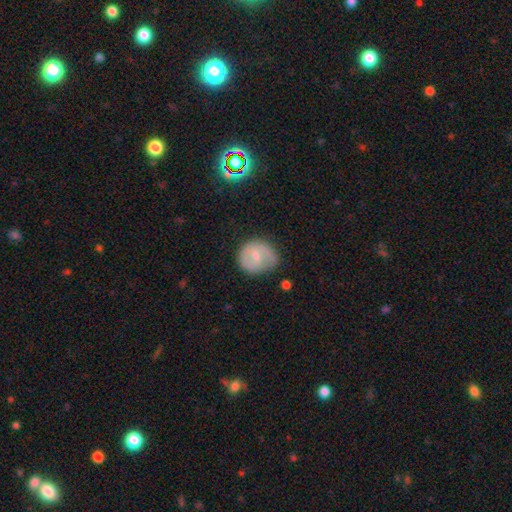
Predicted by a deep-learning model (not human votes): The model was most divided on "smooth or featured": smooth: 47%, featured or disk: 46%, star or artifact: 6%. More confident: merging — none (65%).